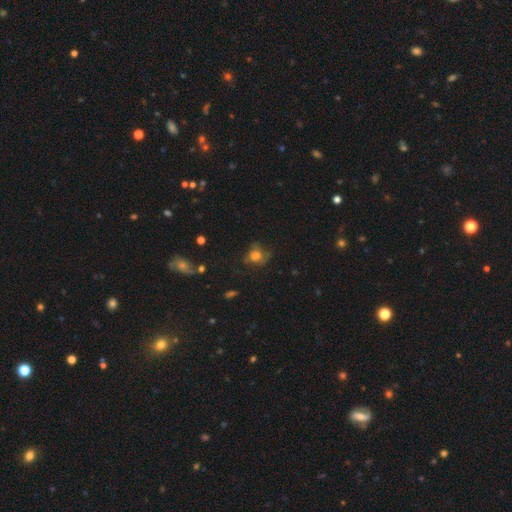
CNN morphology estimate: Smooth or featured?
  - smooth: 61% *
  - featured or disk: 22%
  - star or artifact: 17%
How rounded?
  - round: 68% *
  - in between: 31%
  - cigar-shaped: 1%
Merging?
  - none: 51% *
  - minor disturbance: 25%
  - major disturbance: 20%
  - merger: 4%